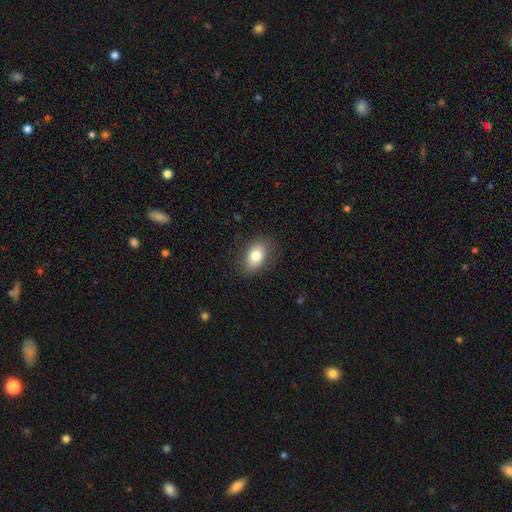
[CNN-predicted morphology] Smooth or featured? smooth (79%)
How rounded? in between (87%)
Merging? none (84%)